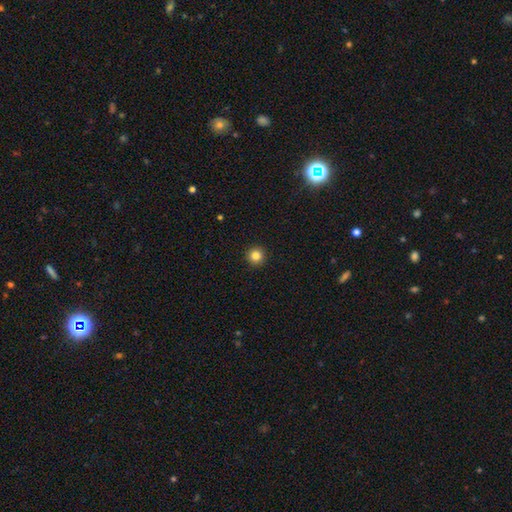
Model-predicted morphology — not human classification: smooth-or-featured: smooth: 84% | star or artifact: 11% | featured or disk: 5%
  how-rounded: round: 96% | in between: 3% | cigar-shaped: 1%
  merging: none: 93% | minor disturbance: 4% | major disturbance: 1% | merger: 1%